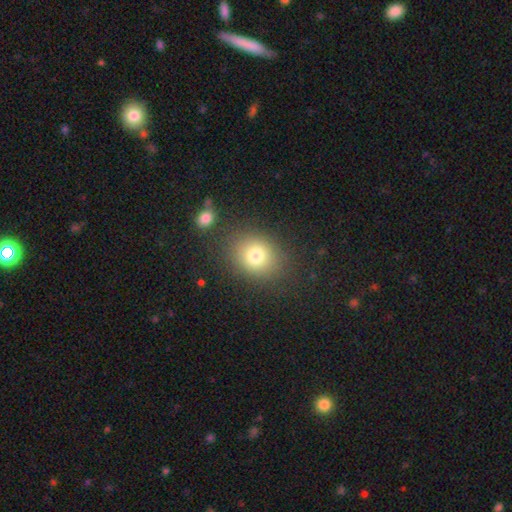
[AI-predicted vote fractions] Q: Smooth or featured?
A: smooth (77%); runner-up: star or artifact (14%)
Q: How rounded?
A: round (64%); runner-up: in between (35%)
Q: Merging?
A: none (81%); runner-up: minor disturbance (10%)